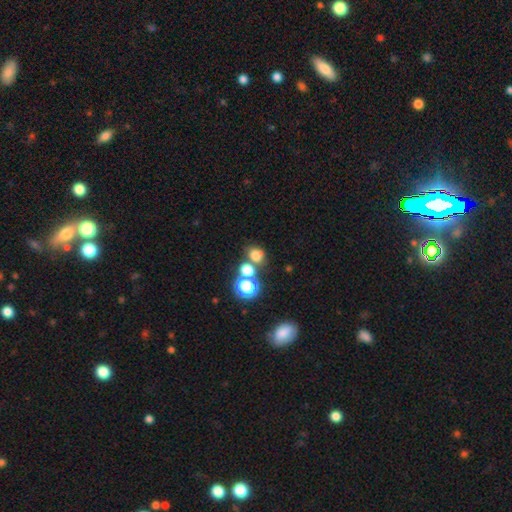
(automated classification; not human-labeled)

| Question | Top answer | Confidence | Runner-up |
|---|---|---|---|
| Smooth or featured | smooth | 72% | star or artifact (20%) |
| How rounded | round | 68% | in between (30%) |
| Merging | none | 58% | merger (27%) |